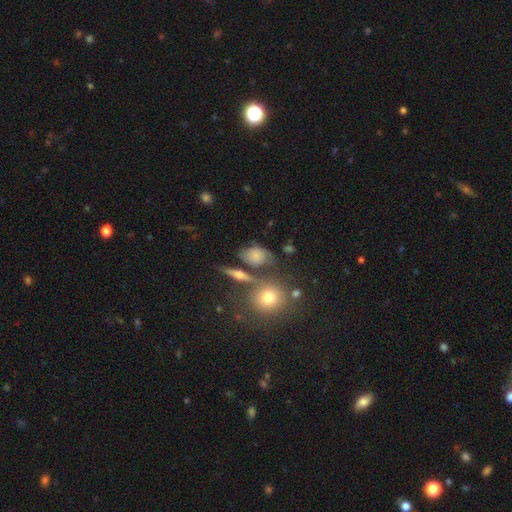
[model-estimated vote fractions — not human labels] Overall: smooth (58%; featured or disk 30%). How rounded: in between (53%; round 41%). Merging: none (53%; minor disturbance 20%).